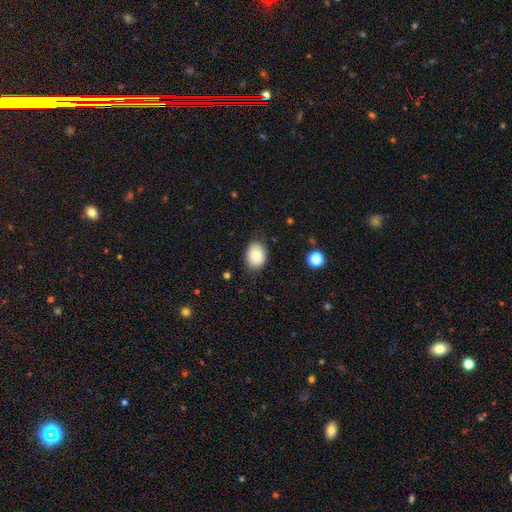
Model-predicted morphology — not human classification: type=smooth (82%); roundness=in between (69%); merging=none (82%).